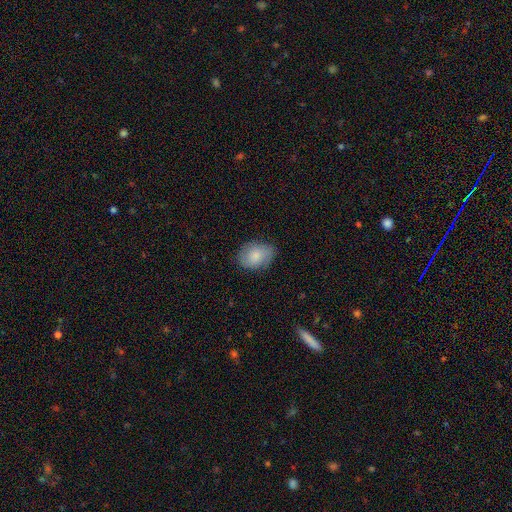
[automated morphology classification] Smooth or featured? smooth (79%)
How rounded? in between (77%)
Merging? none (79%)